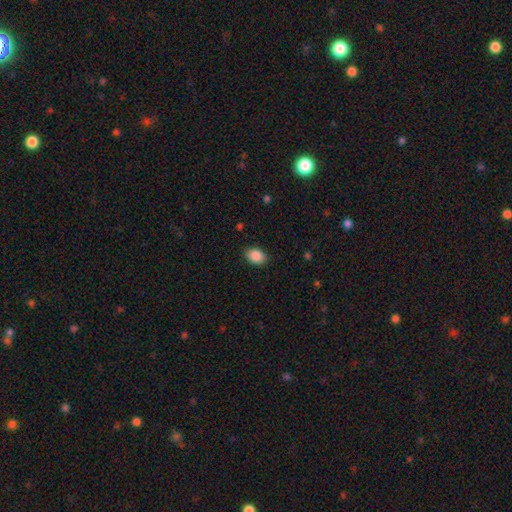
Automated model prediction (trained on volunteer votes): smooth 88%, star or artifact 8%, featured or disk 4%. Down the decision tree: how rounded — in between (74%); merging — none (87%).